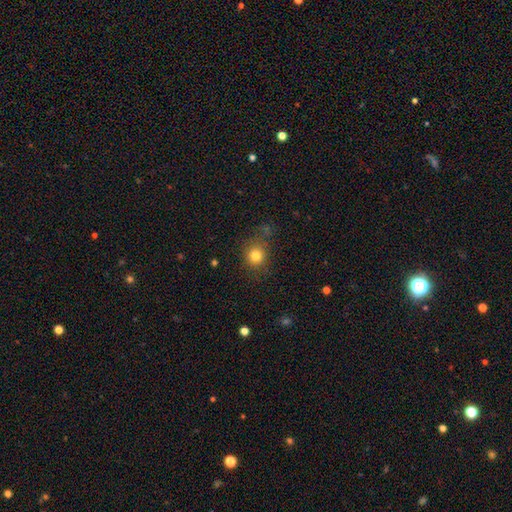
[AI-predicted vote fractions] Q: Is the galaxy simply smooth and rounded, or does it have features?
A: smooth — 80%.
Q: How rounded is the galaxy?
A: round — 86%.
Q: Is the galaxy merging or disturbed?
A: none — 78%.